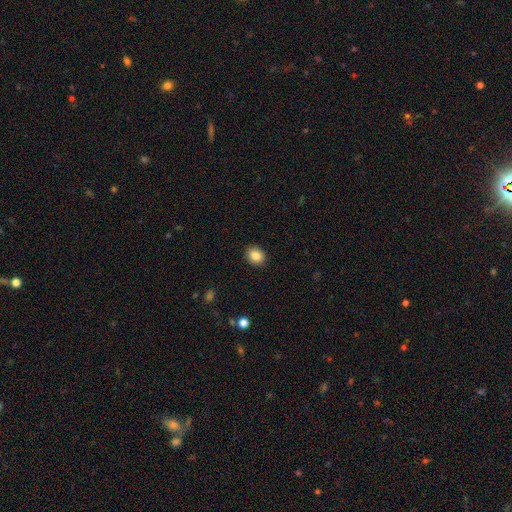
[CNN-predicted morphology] A smooth galaxy with no disk features (84%) that is round (61%). Merging: none (91%).